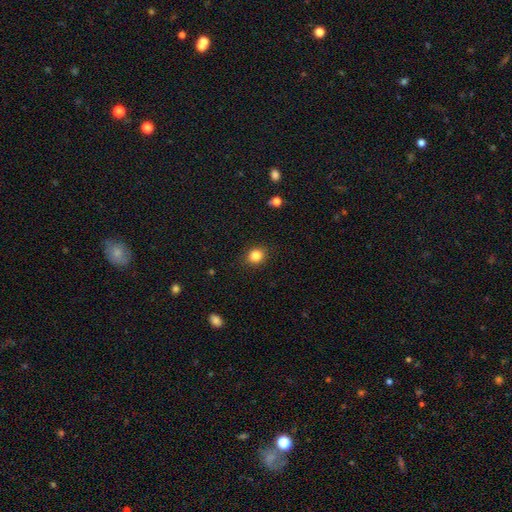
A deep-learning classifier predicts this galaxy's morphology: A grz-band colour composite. It shows a smooth galaxy with no disk features (85%) that is round (74%). Merging: none (89%).